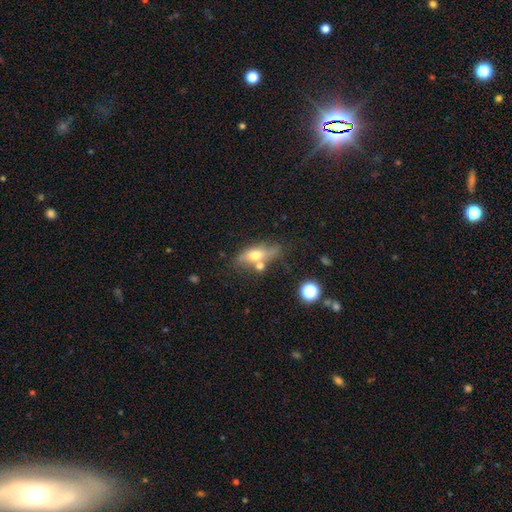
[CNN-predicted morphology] This is possibly a smooth galaxy (58%). How rounded: likely in between (71%). Merging: possibly none (52%).